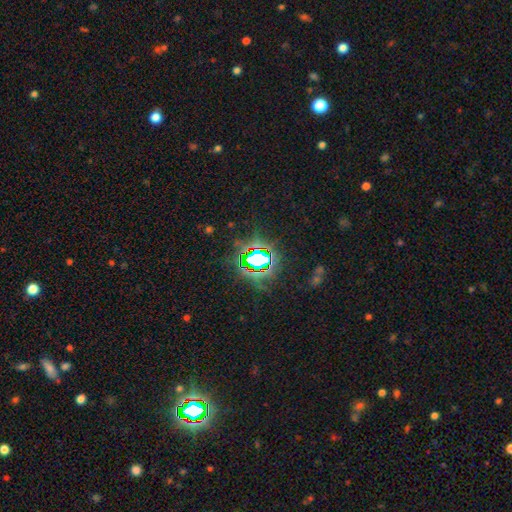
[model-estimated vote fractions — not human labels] The model was most divided on "smooth or featured": star or artifact: 77%, smooth: 14%, featured or disk: 9%.